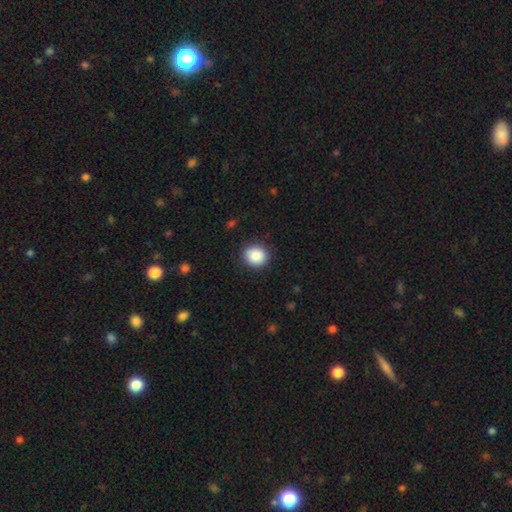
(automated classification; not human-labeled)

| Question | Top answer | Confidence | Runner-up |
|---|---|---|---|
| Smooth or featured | smooth | 89% | star or artifact (8%) |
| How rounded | round | 82% | in between (17%) |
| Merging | none | 89% | minor disturbance (7%) |